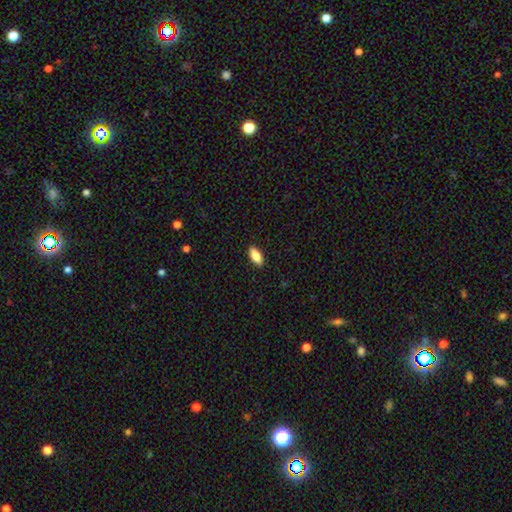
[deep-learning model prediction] This is clearly a smooth galaxy (84%). How rounded: clearly in between (84%). Merging: clearly none (90%).